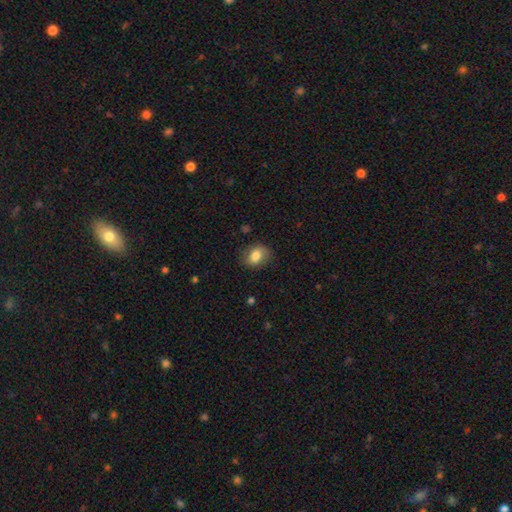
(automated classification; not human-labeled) This is likely a smooth galaxy (74%). How rounded: likely in between (62%). Merging: likely none (78%).